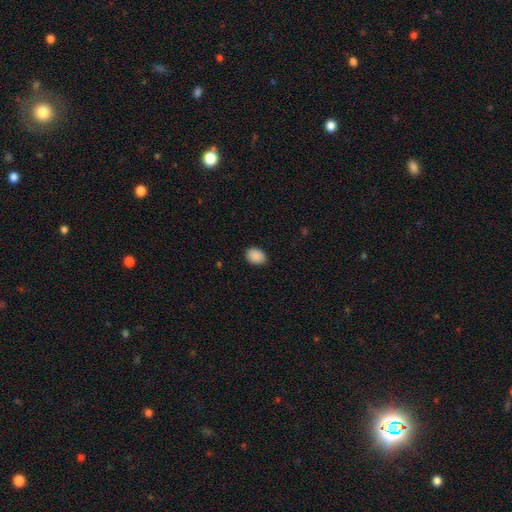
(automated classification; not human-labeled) smooth_or_featured: smooth (p=0.90) [alt: star or artifact p=0.07]
how_rounded: in between (p=0.71) [alt: round p=0.28]
merging: none (p=0.85) [alt: minor disturbance p=0.12]